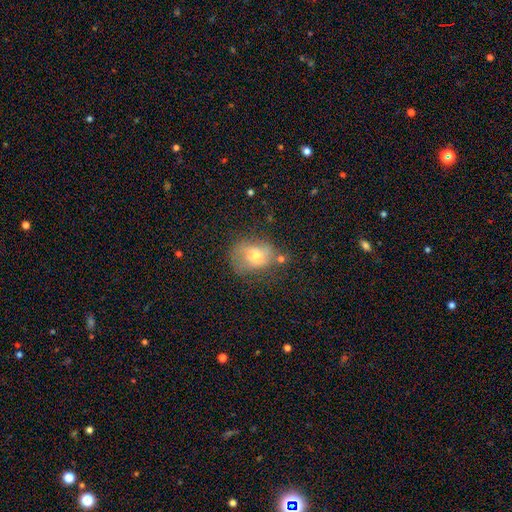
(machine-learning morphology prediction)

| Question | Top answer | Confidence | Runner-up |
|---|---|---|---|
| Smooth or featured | smooth | 60% | featured or disk (29%) |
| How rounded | round | 50% | in between (48%) |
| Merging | none | 52% | minor disturbance (27%) |